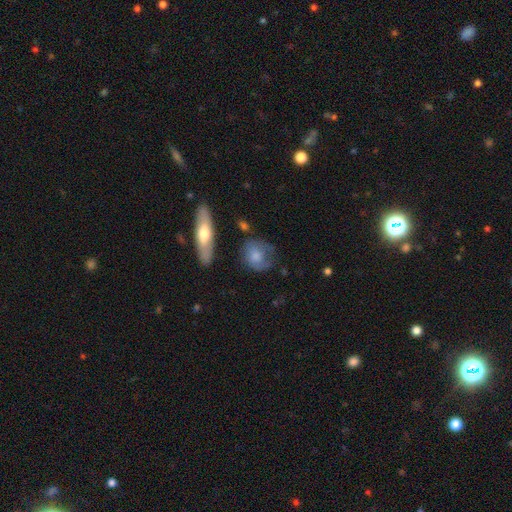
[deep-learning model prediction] This appears to be a smooth galaxy with no disk features (63%) that is round (64%). Merging: none (52%).